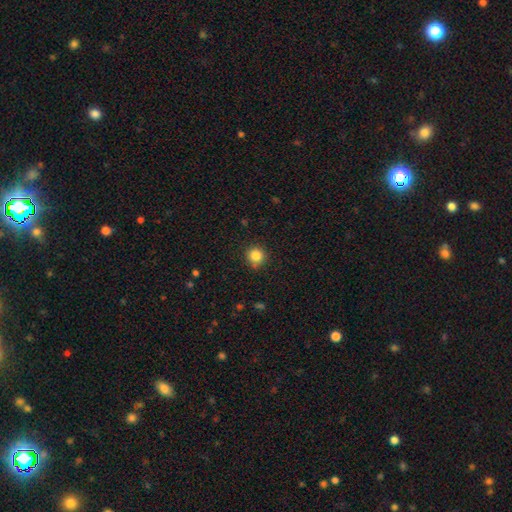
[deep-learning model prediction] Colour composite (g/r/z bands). It shows a smooth galaxy with no disk features (84%) that is round (93%). Merging: none (85%).